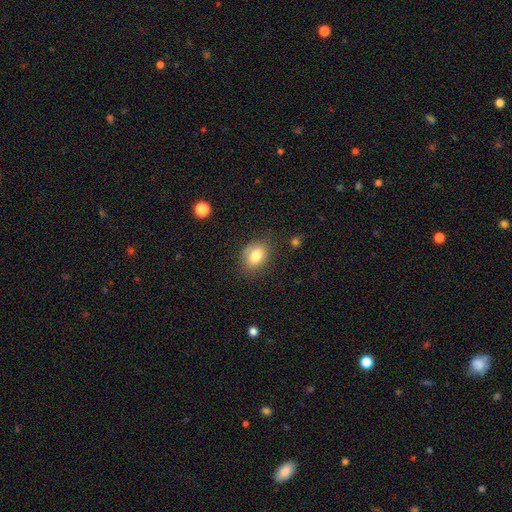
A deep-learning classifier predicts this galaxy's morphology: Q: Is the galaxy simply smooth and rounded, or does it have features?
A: smooth — 79%.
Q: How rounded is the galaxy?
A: in between — 75%.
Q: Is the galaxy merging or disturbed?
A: none — 73%.